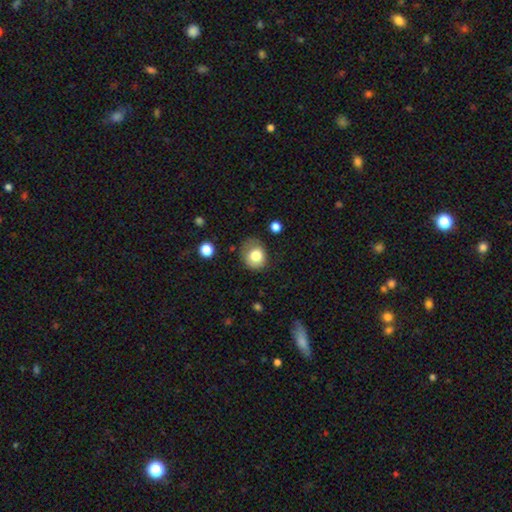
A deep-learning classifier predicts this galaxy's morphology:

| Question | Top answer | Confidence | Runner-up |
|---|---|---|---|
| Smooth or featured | smooth | 78% | featured or disk (12%) |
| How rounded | round | 63% | in between (36%) |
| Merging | none | 59% | minor disturbance (28%) |